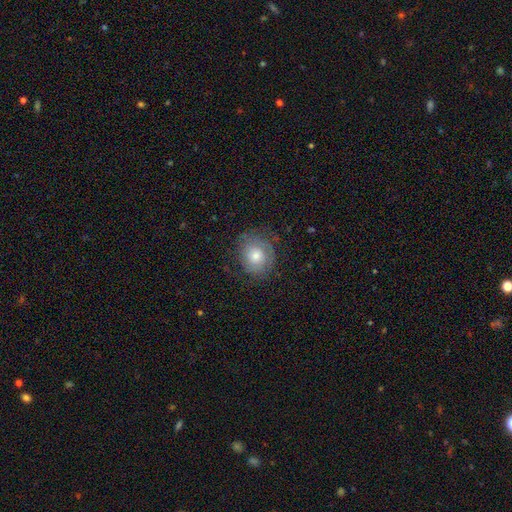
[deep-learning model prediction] The model was most divided on "smooth or featured": smooth: 56%, featured or disk: 35%, star or artifact: 9%. More confident: how rounded — round (72%); merging — none (69%).